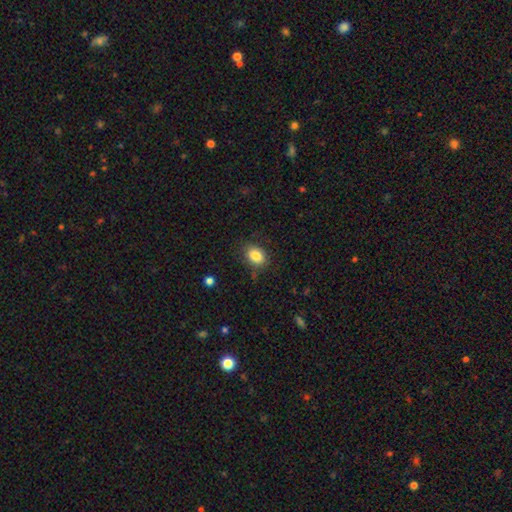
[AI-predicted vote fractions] Smooth or featured? smooth (85%)
How rounded? in between (73%)
Merging? none (81%)